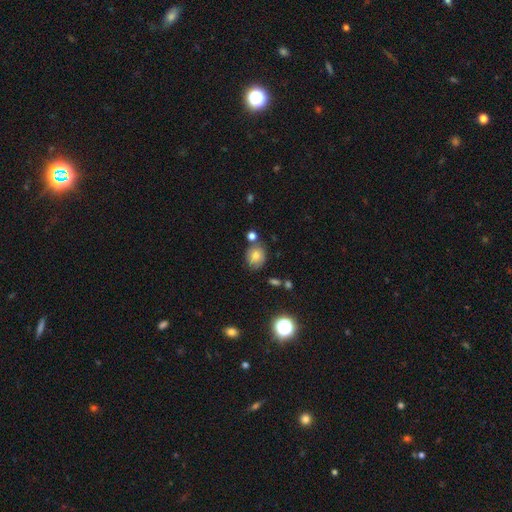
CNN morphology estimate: A smooth galaxy with no disk features (78%) that is round (71%).

Vote fractions:
- Smooth or featured? smooth: 78% / star or artifact: 12% / featured or disk: 10%
- How rounded? round: 71% / in between: 28% / cigar-shaped: 1%
- Merging? none: 71% / minor disturbance: 13% / merger: 12% / major disturbance: 4%